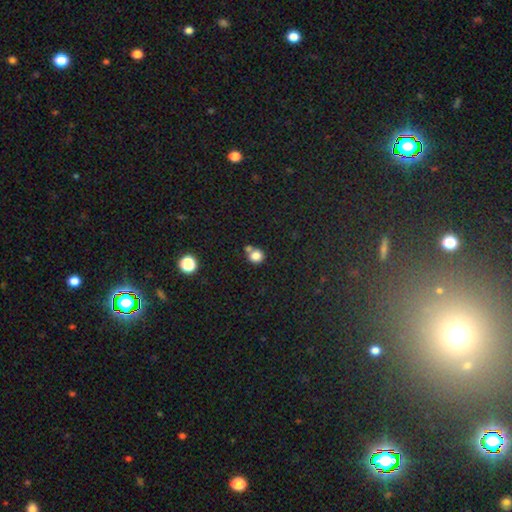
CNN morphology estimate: Overall: smooth (81%). How rounded: round (84%). Merging: none (54%; merger 31%).